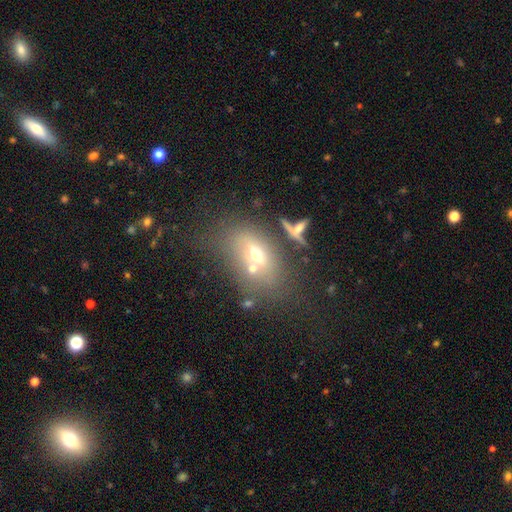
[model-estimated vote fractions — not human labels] smooth_or_featured: smooth (p=0.53) [alt: featured or disk p=0.30]
how_rounded: in between (p=0.77) [alt: round p=0.19]
merging: none (p=0.51) [alt: merger p=0.21]